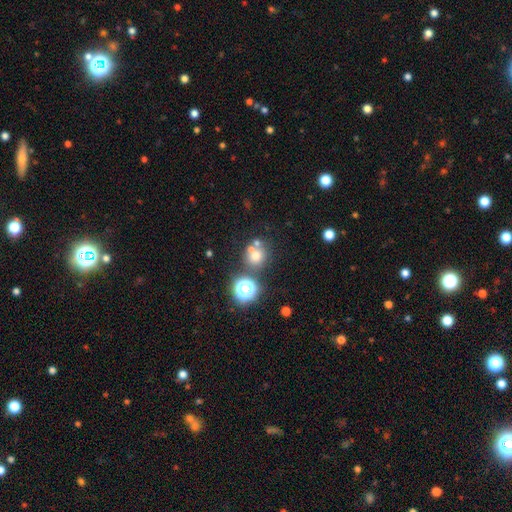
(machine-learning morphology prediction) Overall: smooth (65%). How rounded: round (85%). Merging: none (60%; merger 25%).